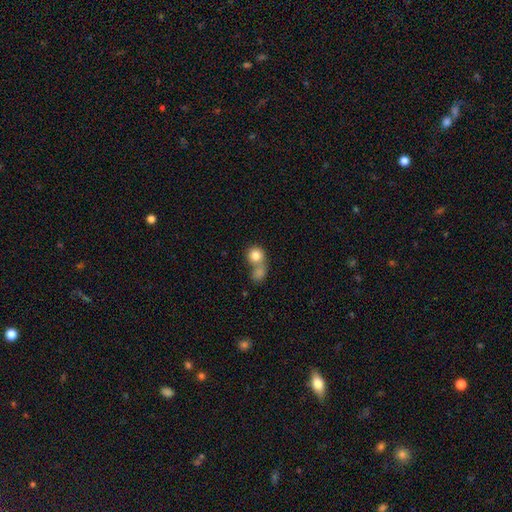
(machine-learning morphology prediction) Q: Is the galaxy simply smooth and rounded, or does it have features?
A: smooth — 81%.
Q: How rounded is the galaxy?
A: round — 83%.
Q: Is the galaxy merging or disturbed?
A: merger — 55%.